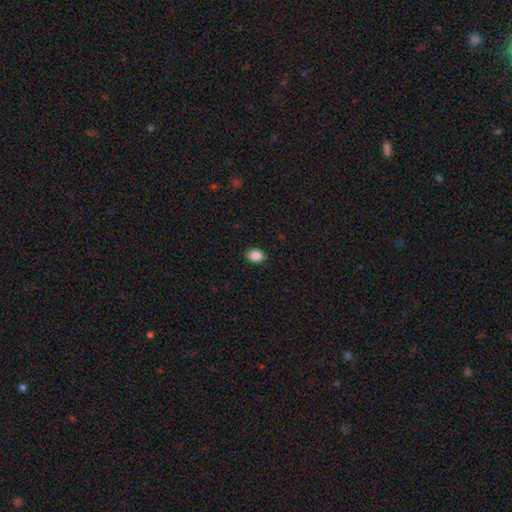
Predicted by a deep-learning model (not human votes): Smooth or featured? smooth (87%)
How rounded? in between (71%)
Merging? none (89%)